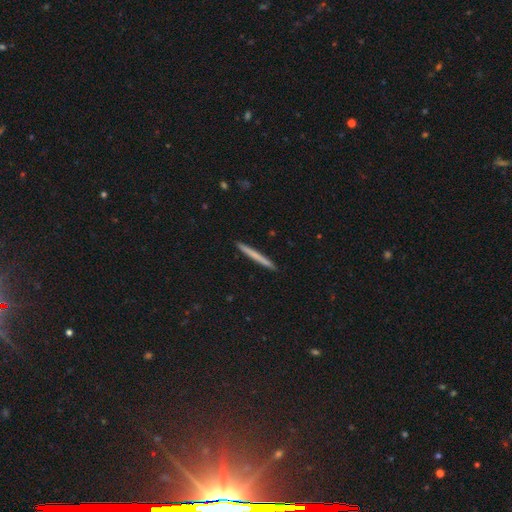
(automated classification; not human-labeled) Morphology: type=smooth (62%); roundness=cigar-shaped (97%); merging=none (93%).